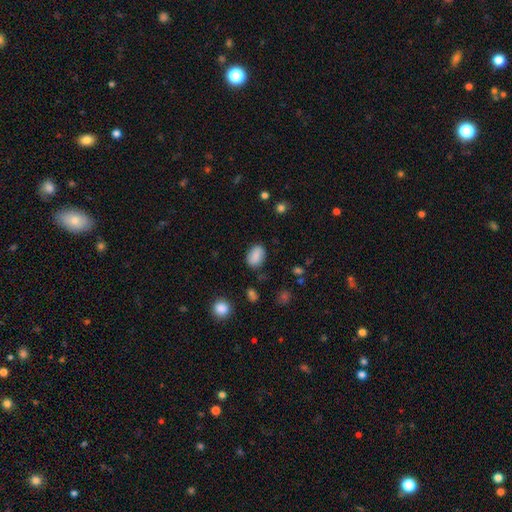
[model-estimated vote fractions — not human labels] smooth_or_featured: smooth (p=0.86) [alt: star or artifact p=0.08]
how_rounded: in between (p=0.84) [alt: round p=0.14]
merging: none (p=0.82) [alt: minor disturbance p=0.13]